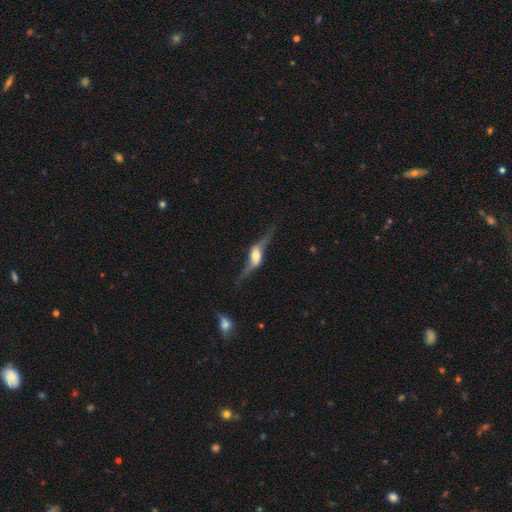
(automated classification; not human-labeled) featured or disk 77%, smooth 16%, star or artifact 6%. Down the decision tree: edge-on disk — yes (61%); merging — none (57%).